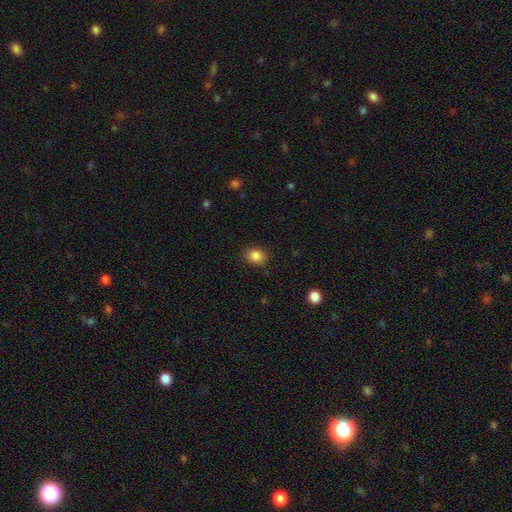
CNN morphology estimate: Q: Smooth or featured?
A: smooth (86%); runner-up: star or artifact (10%)
Q: How rounded?
A: round (56%); runner-up: in between (43%)
Q: Merging?
A: none (84%); runner-up: minor disturbance (11%)